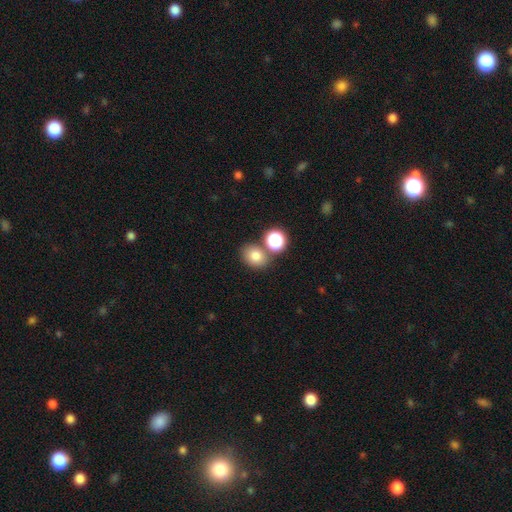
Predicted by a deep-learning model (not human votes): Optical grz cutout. It shows a smooth galaxy with no disk features (79%) that is round (51%). Merging: none (66%).